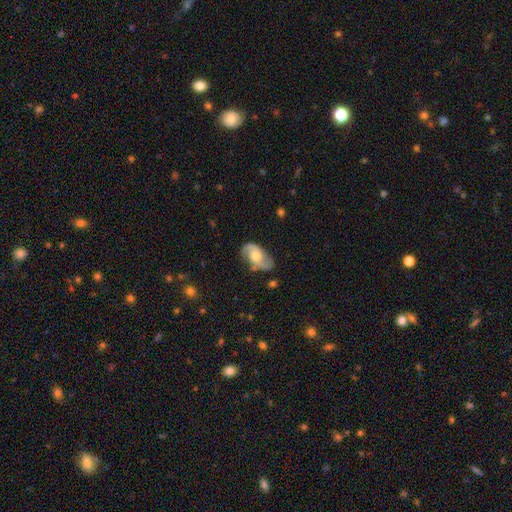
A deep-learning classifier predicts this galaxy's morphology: type=featured or disk (75%); edge-on=no (96%); bar=no (63%); spiral arms=yes (93%); winding=medium (46%); arm count=2 (89%); bulge=moderate (61%); merging=none (74%).